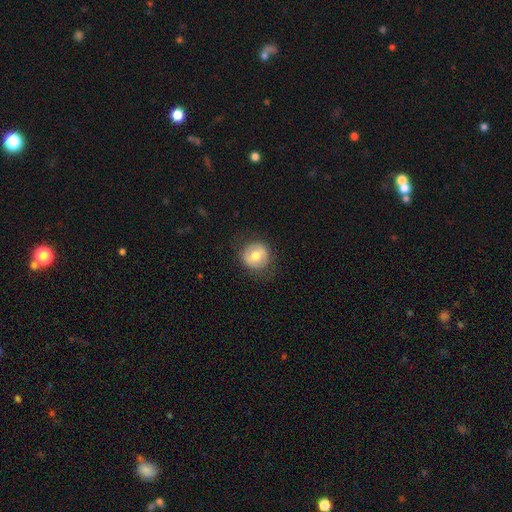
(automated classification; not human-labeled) Smooth or featured? Predicted: smooth (p=0.66). How rounded? Predicted: round (p=0.91). Merging? Predicted: none (p=0.83).